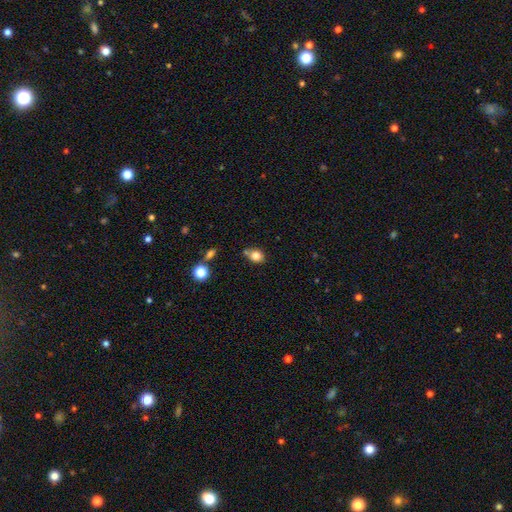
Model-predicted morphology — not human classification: Smooth or featured? smooth (82%)
How rounded? round (56%)
Merging? none (64%)